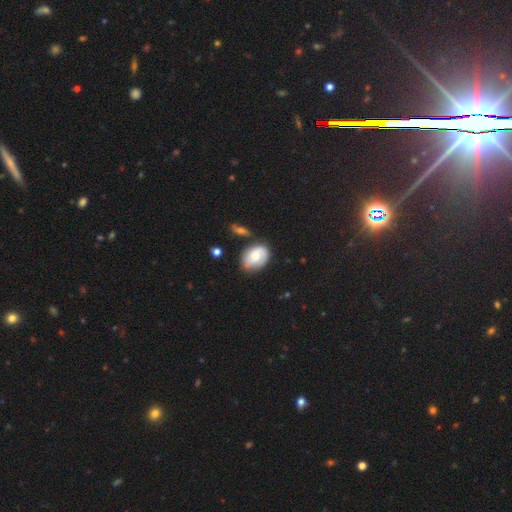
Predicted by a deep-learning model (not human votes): Smooth or featured: smooth — 60% (featured or disk — 33%)
How rounded: in between — 73% (round — 26%)
Merging: none — 59% (minor disturbance — 27%)